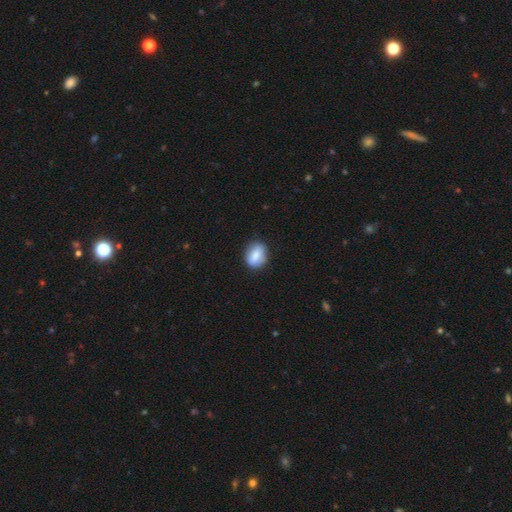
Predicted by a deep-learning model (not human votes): smooth_or_featured: smooth (p=0.75) [alt: featured or disk p=0.17]
how_rounded: round (p=0.51) [alt: in between p=0.48]
merging: none (p=0.84) [alt: minor disturbance p=0.12]